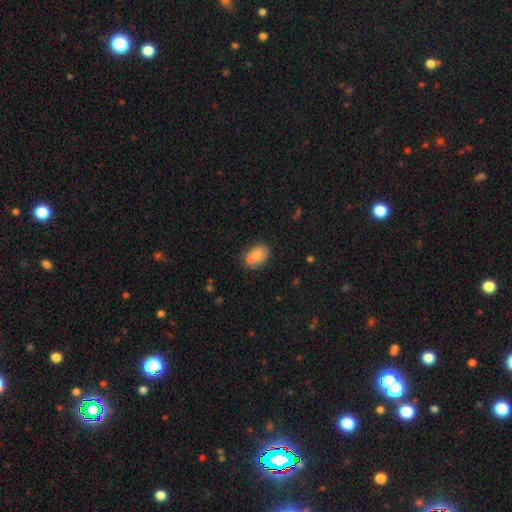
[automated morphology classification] Smooth or featured? smooth (76%)
How rounded? in between (81%)
Merging? none (55%)